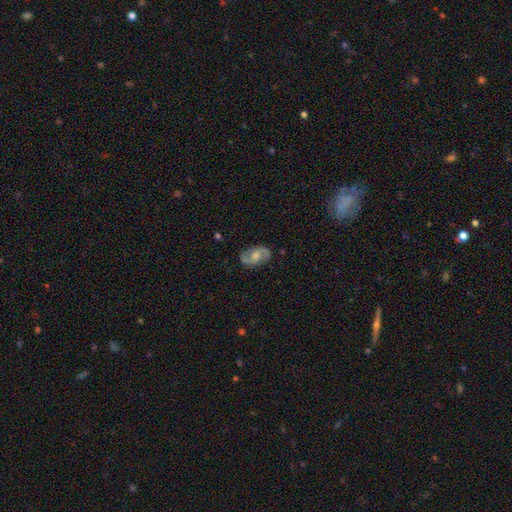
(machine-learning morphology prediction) A featured or disk galaxy (76%) with no bar (54%), 2 (91%) medium (50%) spiral arms (93%) and a moderate central bulge (45%). Merging: none (82%).